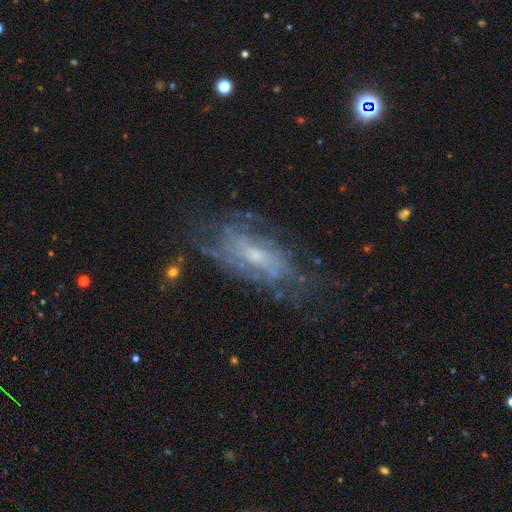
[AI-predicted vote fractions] This is likely a featured or disk galaxy (72%). It is clearly not viewed edge-on (89%). Bar: possibly no (60%). Spiral arm pattern: likely yes (70%). Central bulge: possibly small (55%). Merging: likely none (63%).